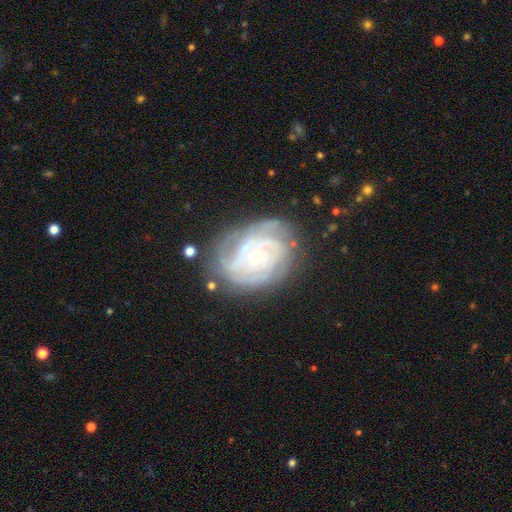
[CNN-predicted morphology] Overall: featured or disk (81%). Edge-on disk: no (97%). Bar: no (75%). Spiral arms: yes (89%). Spiral arm count: can't tell (38%; 3 21%). Spiral winding: tight (67%). Bulge size: small (74%). Merging: none (64%).